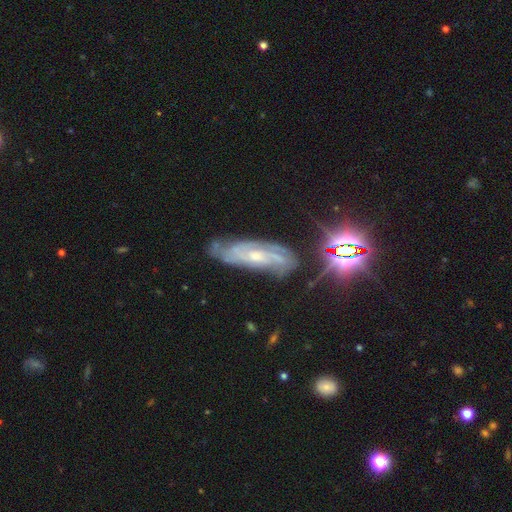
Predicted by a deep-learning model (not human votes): Morphology: type=featured or disk (74%); edge-on=no (87%); bar=no (55%); spiral arms=yes (94%); winding=tight (59%); arm count=can't tell (38%); bulge=small (58%); merging=none (69%).